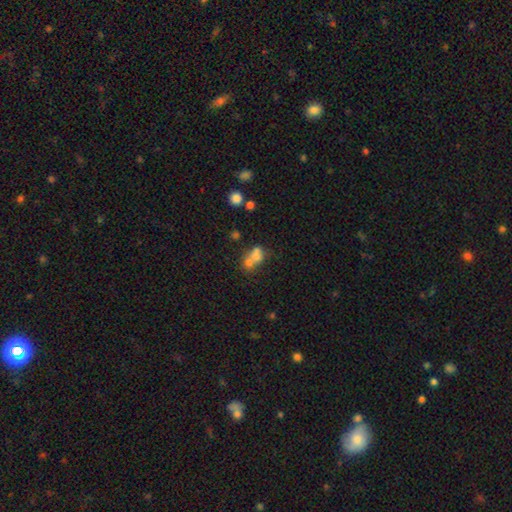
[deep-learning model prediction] Morphology: type=smooth (62%); roundness=round (52%); merging=merger (62%).